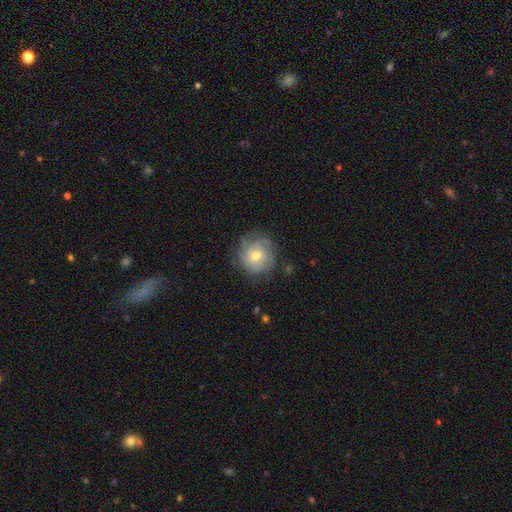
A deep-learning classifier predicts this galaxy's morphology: smooth_or_featured: featured or disk (p=0.55) [alt: smooth p=0.35]
disk_edge_on: no (p=0.97) [alt: yes p=0.03]
bar: no (p=0.79) [alt: weak p=0.18]
has_spiral_arms: yes (p=0.81) [alt: no p=0.19]
bulge_size: moderate (p=0.58) [alt: small p=0.36]
merging: none (p=0.72) [alt: minor disturbance p=0.18]